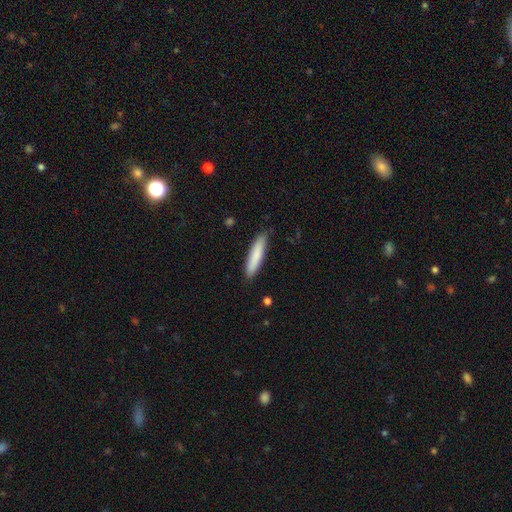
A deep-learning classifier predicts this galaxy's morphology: The model was most divided on "how rounded": cigar-shaped: 85%, in between: 14%, round: 1%. More confident: merging — none (87%); smooth or featured — smooth (83%).